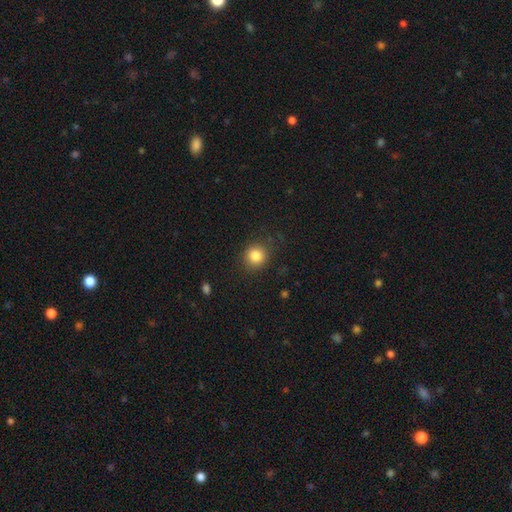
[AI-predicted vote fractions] Smooth or featured?
  - smooth: 84% *
  - star or artifact: 11%
  - featured or disk: 5%
How rounded?
  - round: 86% *
  - in between: 13%
  - cigar-shaped: 1%
Merging?
  - none: 86% *
  - minor disturbance: 10%
  - major disturbance: 3%
  - merger: 1%